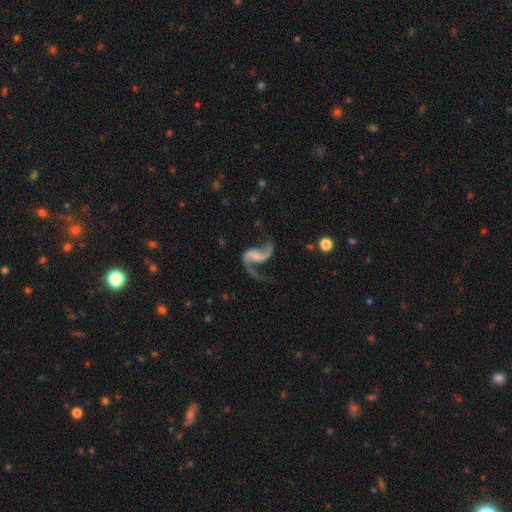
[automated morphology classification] smooth_or_featured: featured or disk (p=0.90) [alt: star or artifact p=0.05]
disk_edge_on: no (p=0.98) [alt: yes p=0.02]
bar: no (p=0.41) [alt: weak p=0.38]
has_spiral_arms: yes (p=0.97) [alt: no p=0.03]
spiral_winding: loose (p=0.79) [alt: medium p=0.18]
spiral_arm_count: 2 (p=0.91) [alt: 1 p=0.05]
bulge_size: none (p=0.55) [alt: small p=0.25]
merging: none (p=0.64) [alt: major disturbance p=0.17]